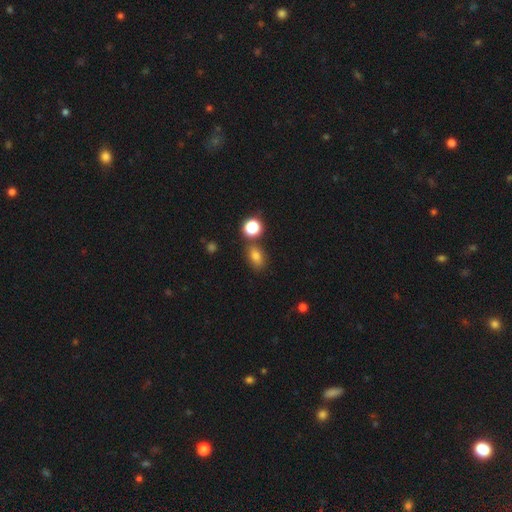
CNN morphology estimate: Smooth or featured? Predicted: smooth (p=0.77). How rounded? Predicted: in between (p=0.74). Merging? Predicted: none (p=0.72).